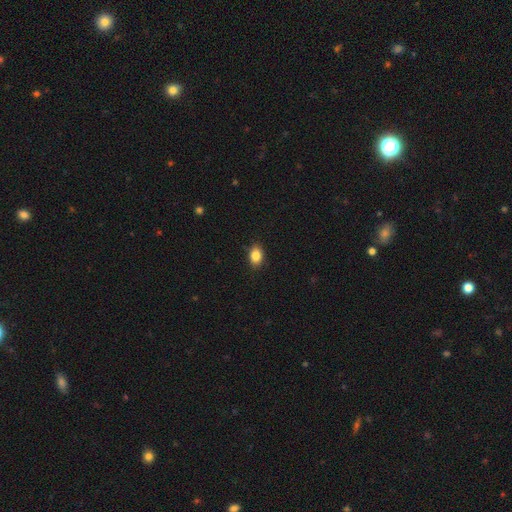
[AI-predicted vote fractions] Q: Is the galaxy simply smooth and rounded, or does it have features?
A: smooth — 86%.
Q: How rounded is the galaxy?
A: in between — 78%.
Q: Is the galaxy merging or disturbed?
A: none — 88%.